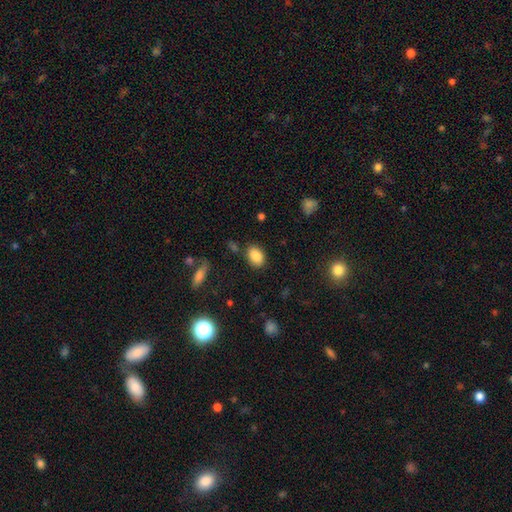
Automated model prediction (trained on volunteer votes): A smooth galaxy with no disk features (85%) that is in between round and cigar-shaped (79%).

Vote fractions:
- Smooth or featured? smooth: 85% / star or artifact: 9% / featured or disk: 6%
- How rounded? in between: 79% / round: 20% / cigar-shaped: 1%
- Merging? none: 82% / minor disturbance: 12% / merger: 3% / major disturbance: 3%